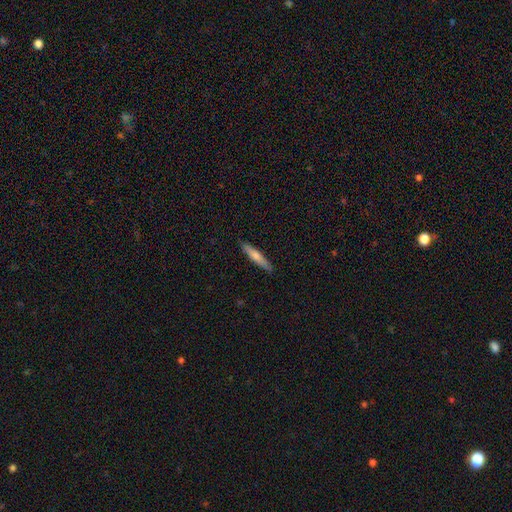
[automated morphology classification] type=smooth (66%); roundness=cigar-shaped (90%); merging=none (88%).